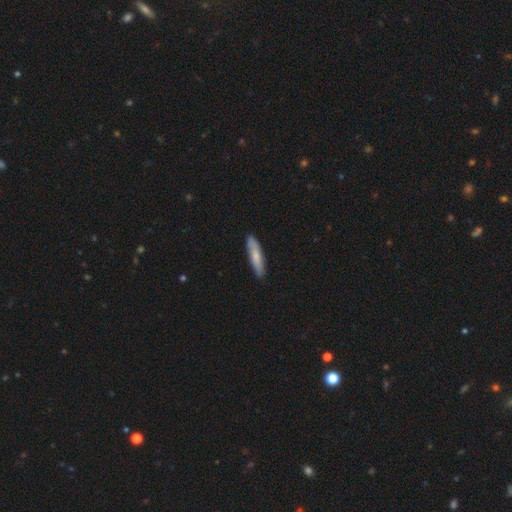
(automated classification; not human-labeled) This appears to be a smooth galaxy with no disk features (73%) that is cigar-shaped (88%). Merging: none (88%).